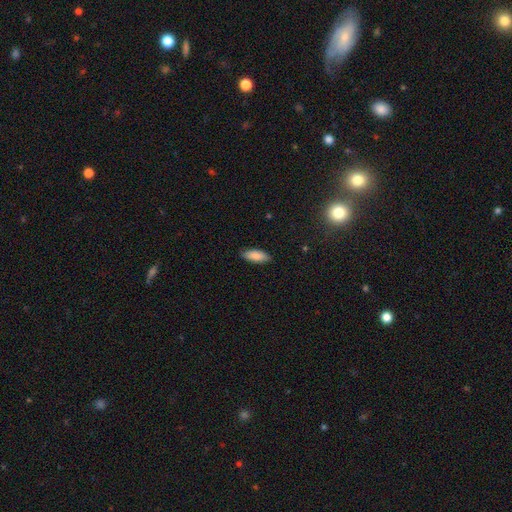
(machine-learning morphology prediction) smooth_or_featured: smooth (p=0.87) [alt: featured or disk p=0.07]
how_rounded: in between (p=0.72) [alt: cigar-shaped p=0.26]
merging: none (p=0.88) [alt: minor disturbance p=0.09]